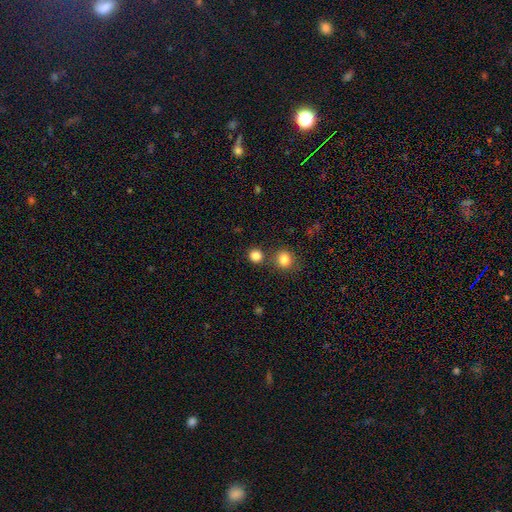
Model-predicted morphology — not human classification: This appears to be a smooth galaxy with no disk features (84%) that is round (90%). Merging: none (79%).